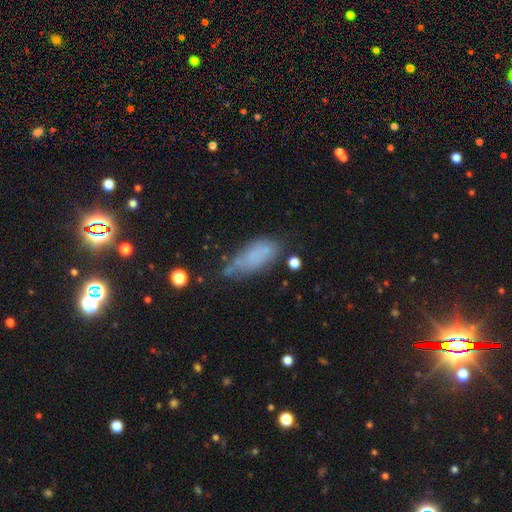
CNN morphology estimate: Smooth or featured?
  - smooth: 72% *
  - featured or disk: 16%
  - star or artifact: 12%
How rounded?
  - in between: 79% *
  - cigar-shaped: 18%
  - round: 3%
Merging?
  - none: 47% *
  - minor disturbance: 31%
  - major disturbance: 15%
  - merger: 7%